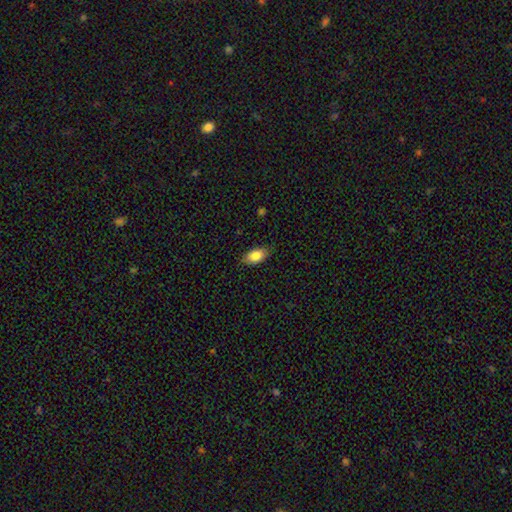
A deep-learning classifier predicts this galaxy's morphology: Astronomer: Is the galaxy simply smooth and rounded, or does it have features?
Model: smooth — 85%.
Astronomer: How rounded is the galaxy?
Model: in between — 92%.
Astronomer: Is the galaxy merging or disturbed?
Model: none — 83%.